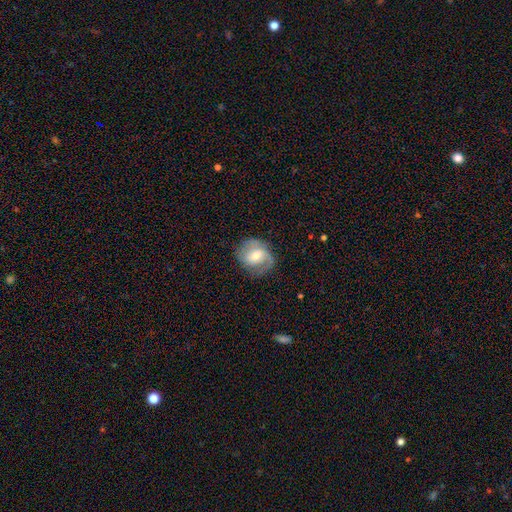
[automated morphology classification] Overall: featured or disk (65%; smooth 28%). Edge-on disk: no (97%). Bar: weak (44%; no 41%). Spiral arms: yes (87%). Spiral arm count: 2 (68%). Spiral winding: medium (46%; tight 28%). Bulge size: moderate (56%; small 37%). Merging: none (71%).